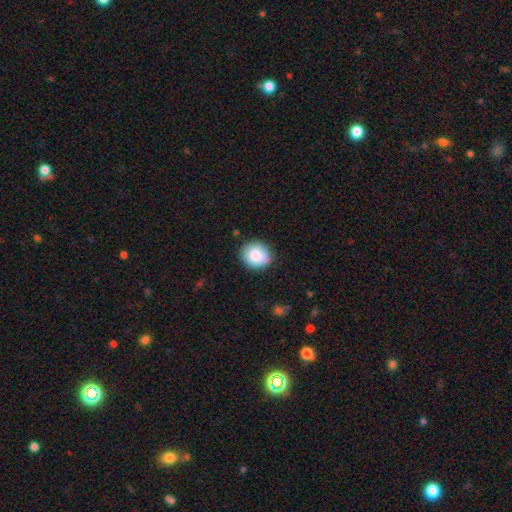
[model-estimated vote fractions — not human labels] Q: Smooth or featured?
A: smooth (83%); runner-up: featured or disk (9%)
Q: How rounded?
A: round (83%); runner-up: in between (16%)
Q: Merging?
A: none (84%); runner-up: minor disturbance (12%)